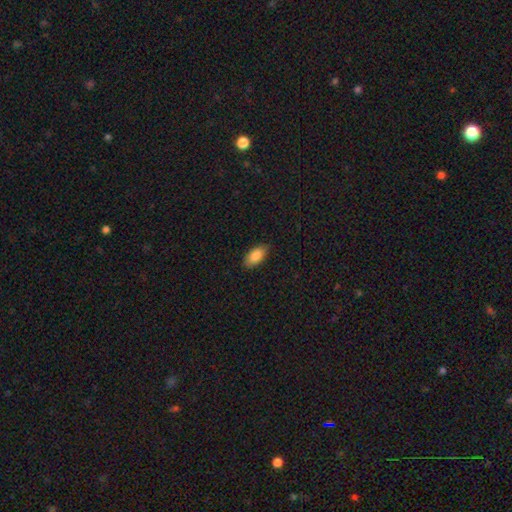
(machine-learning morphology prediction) smooth 88%, star or artifact 7%, featured or disk 6%. Down the decision tree: how rounded — in between (93%); merging — none (87%).